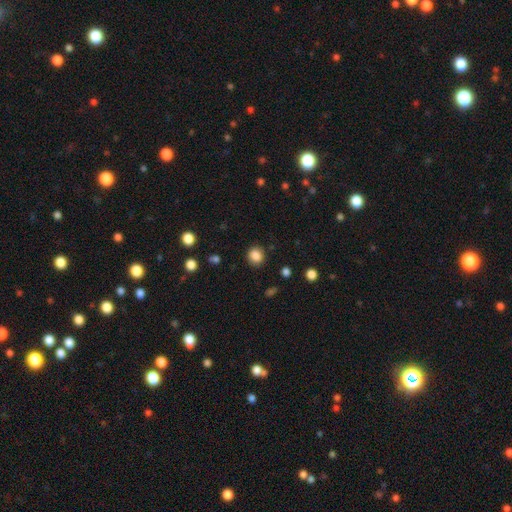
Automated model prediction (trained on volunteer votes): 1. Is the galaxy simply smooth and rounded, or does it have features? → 85% smooth, 10% star or artifact, 4% featured or disk.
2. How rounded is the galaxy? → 76% round, 24% in between, 1% cigar-shaped.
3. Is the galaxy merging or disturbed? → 89% none, 7% minor disturbance, 3% major disturbance, 1% merger.